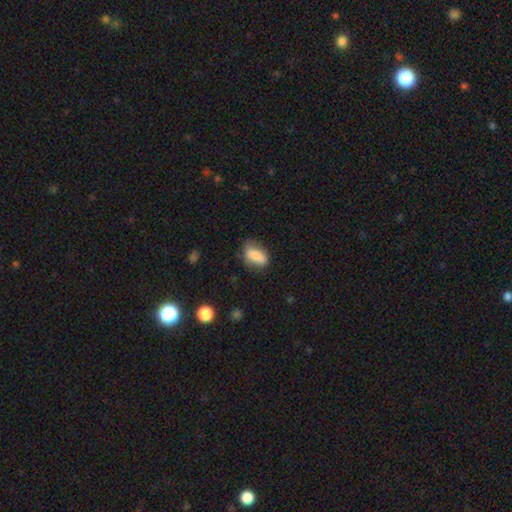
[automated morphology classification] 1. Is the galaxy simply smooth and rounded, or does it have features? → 83% smooth, 10% featured or disk, 8% star or artifact.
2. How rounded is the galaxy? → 86% in between, 8% cigar-shaped, 6% round.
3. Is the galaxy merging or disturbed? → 62% none, 27% minor disturbance, 9% major disturbance, 2% merger.